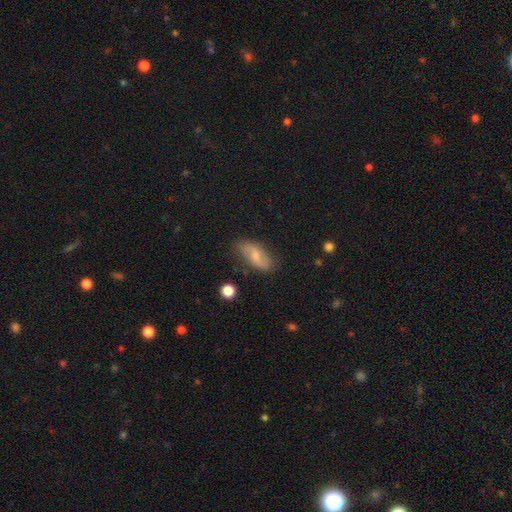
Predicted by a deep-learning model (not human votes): Smooth or featured? Predicted: featured or disk (p=0.59). Edge-on disk? Predicted: no (p=0.93). Bar? Predicted: weak (p=0.44). Spiral arms? Predicted: yes (p=0.86). Bulge size? Predicted: small (p=0.52). Merging? Predicted: none (p=0.79).